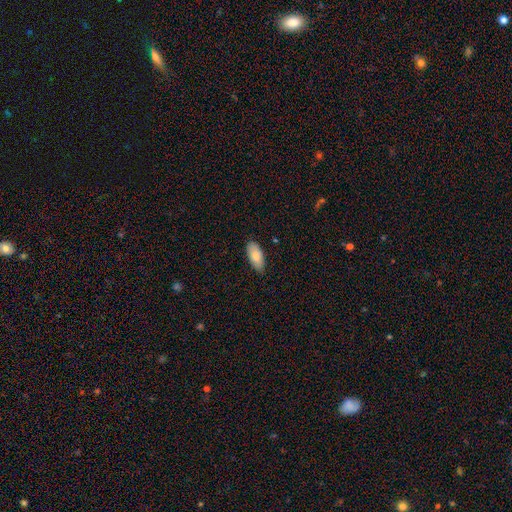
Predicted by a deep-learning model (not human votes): Smooth or featured? smooth (83%)
How rounded? in between (91%)
Merging? none (80%)